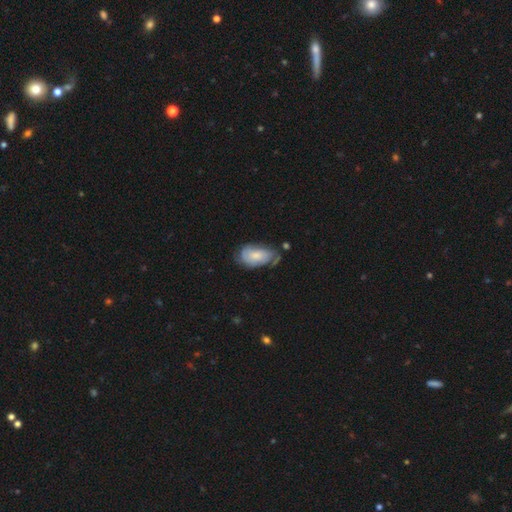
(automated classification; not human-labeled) A smooth galaxy with no disk features (48%).

Vote fractions:
- Smooth or featured? smooth: 48% / featured or disk: 45% / star or artifact: 7%
- Merging? none: 45% / minor disturbance: 34% / major disturbance: 17% / merger: 5%